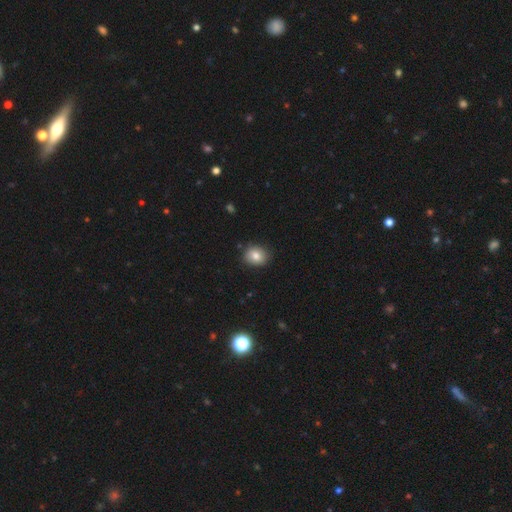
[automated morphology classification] A smooth galaxy with no disk features (82%) that is round (62%).

Vote fractions:
- Smooth or featured? smooth: 82% / star or artifact: 9% / featured or disk: 9%
- How rounded? round: 62% / in between: 37% / cigar-shaped: 1%
- Merging? none: 84% / minor disturbance: 12% / major disturbance: 2% / merger: 1%